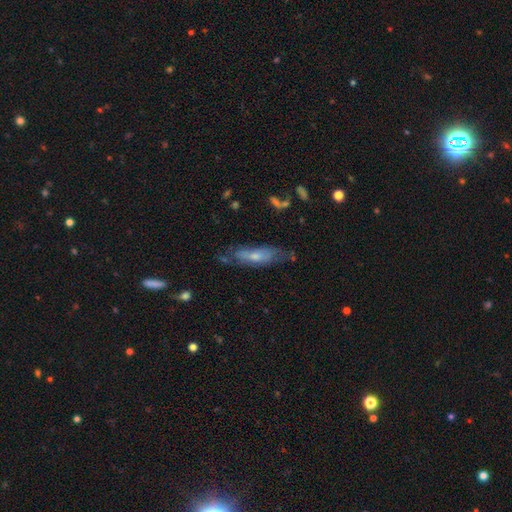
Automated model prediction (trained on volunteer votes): This appears to be a smooth galaxy with no disk features (47%). Merging: none (56%).